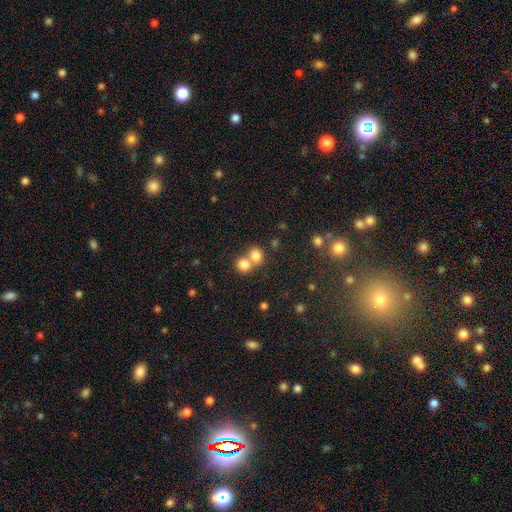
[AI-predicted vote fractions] Smooth or featured? Predicted: smooth (p=0.79). How rounded? Predicted: round (p=0.67). Merging? Predicted: merger (p=0.54).